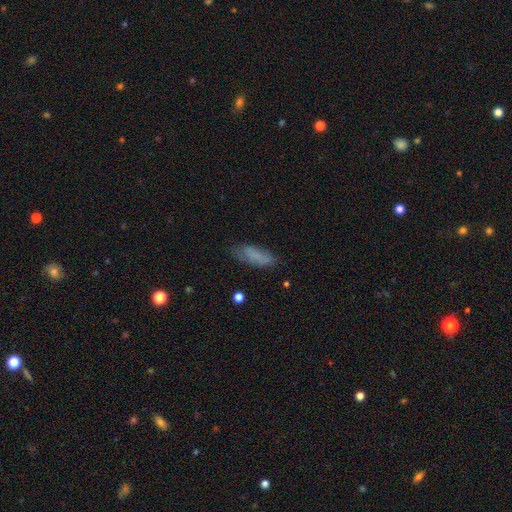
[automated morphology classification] type=smooth (75%); roundness=in between (65%); merging=none (63%).